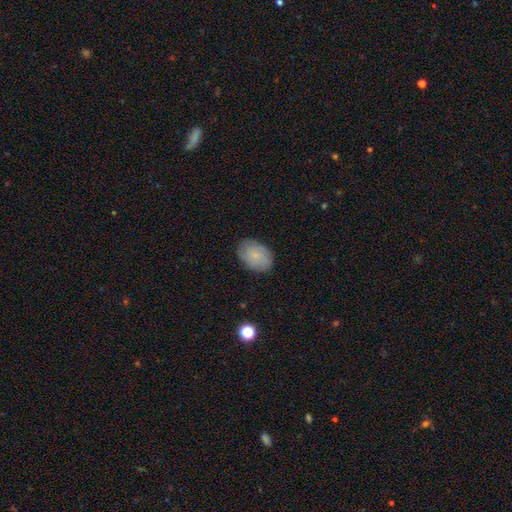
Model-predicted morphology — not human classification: Smooth or featured?
  - smooth: 62% *
  - featured or disk: 29%
  - star or artifact: 9%
How rounded?
  - in between: 80% *
  - round: 19%
  - cigar-shaped: 1%
Merging?
  - none: 81% *
  - minor disturbance: 15%
  - major disturbance: 3%
  - merger: 1%